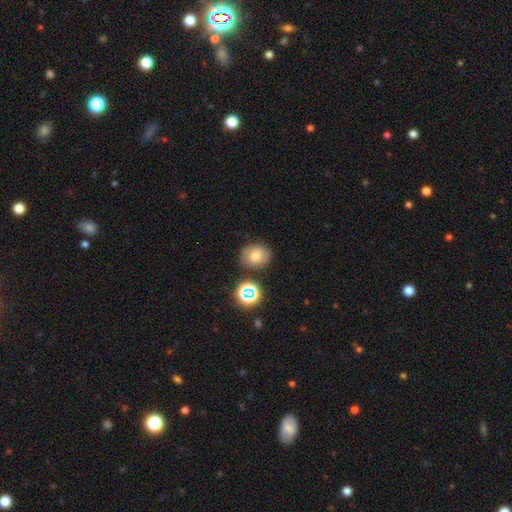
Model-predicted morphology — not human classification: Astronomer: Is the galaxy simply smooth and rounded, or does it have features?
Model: smooth — 65%.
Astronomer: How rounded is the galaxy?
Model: round — 67%.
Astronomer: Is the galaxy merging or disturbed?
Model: none — 79%.